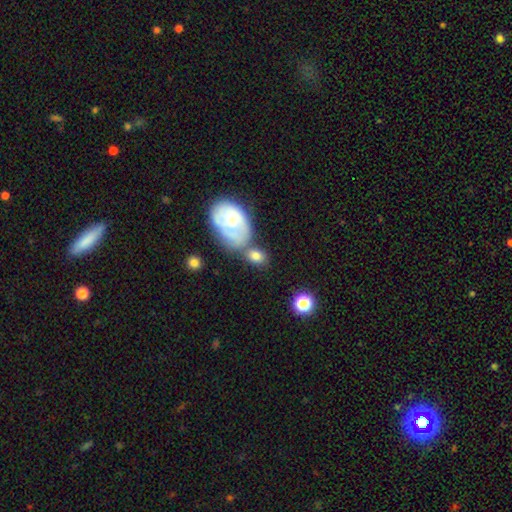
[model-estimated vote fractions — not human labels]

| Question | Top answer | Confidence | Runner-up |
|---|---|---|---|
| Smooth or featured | smooth | 73% | featured or disk (19%) |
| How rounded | in between | 71% | round (28%) |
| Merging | none | 46% | merger (28%) |